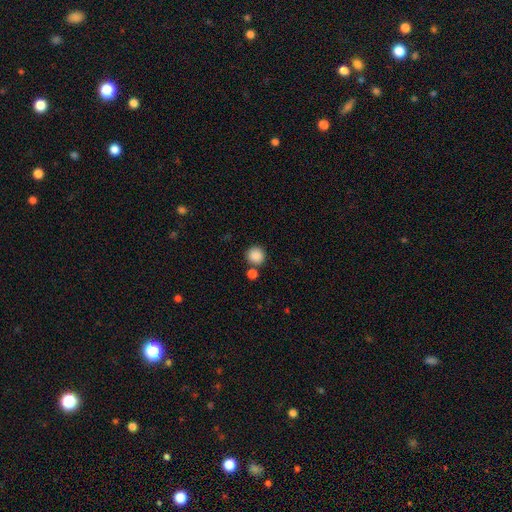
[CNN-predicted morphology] Overall: smooth (87%). How rounded: round (93%). Merging: none (77%).